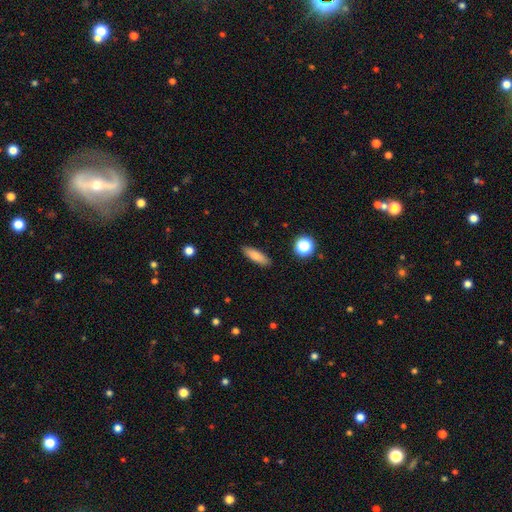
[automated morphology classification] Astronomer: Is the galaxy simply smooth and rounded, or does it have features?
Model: smooth — 83%.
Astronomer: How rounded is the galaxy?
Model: cigar-shaped — 54% (runner-up: in between, 43%).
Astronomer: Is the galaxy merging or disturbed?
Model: none — 89%.